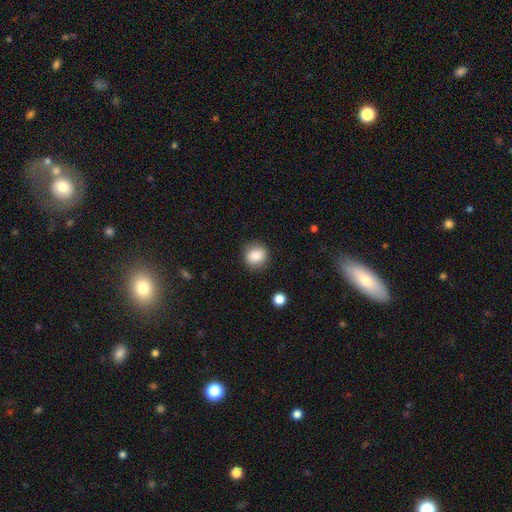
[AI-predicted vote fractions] This is clearly a smooth galaxy (84%). How rounded: clearly round (87%). Merging: clearly none (87%).